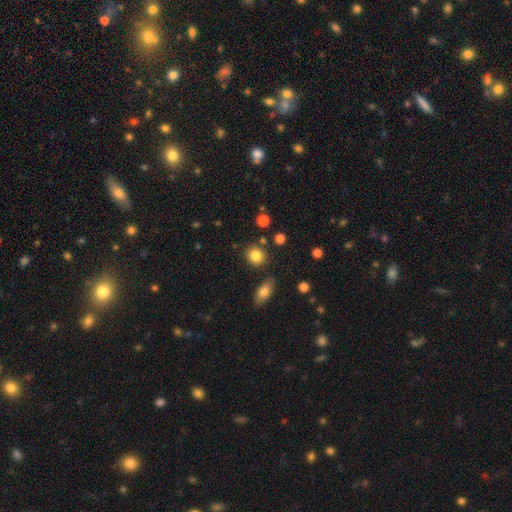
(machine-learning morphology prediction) Overall: smooth (84%). How rounded: round (75%). Merging: none (81%).